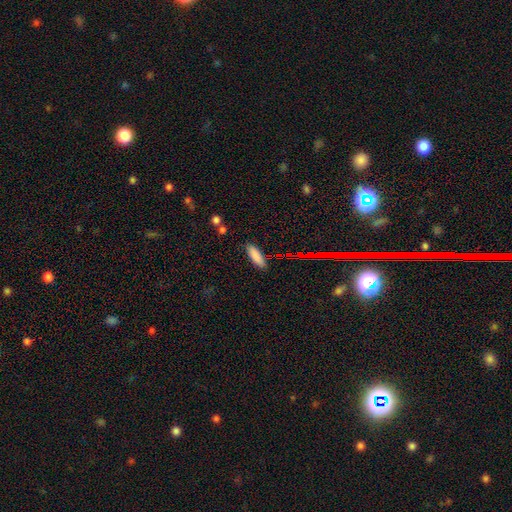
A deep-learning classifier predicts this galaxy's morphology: Smooth or featured? Predicted: smooth (p=0.84). How rounded? Predicted: in between (p=0.56). Merging? Predicted: none (p=0.85).